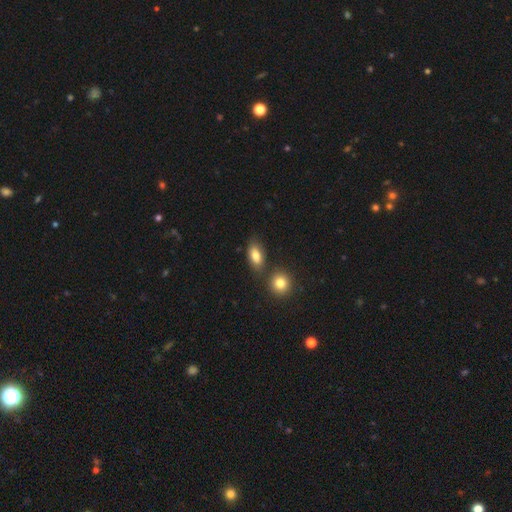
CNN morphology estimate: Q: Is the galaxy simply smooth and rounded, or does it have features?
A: smooth — 81%.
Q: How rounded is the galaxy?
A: in between — 87%.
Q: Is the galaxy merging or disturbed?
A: none — 70%.